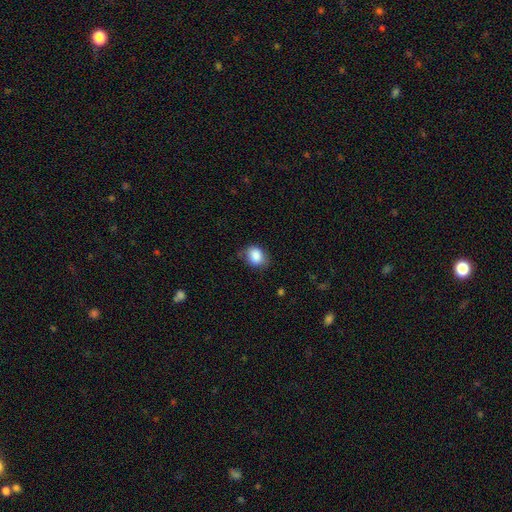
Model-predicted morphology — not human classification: A smooth galaxy with no disk features (87%) that is in between round and cigar-shaped (52%).

Vote fractions:
- Smooth or featured? smooth: 87% / star or artifact: 8% / featured or disk: 5%
- How rounded? in between: 52% / round: 47% / cigar-shaped: 1%
- Merging? none: 70% / minor disturbance: 23% / major disturbance: 5% / merger: 1%